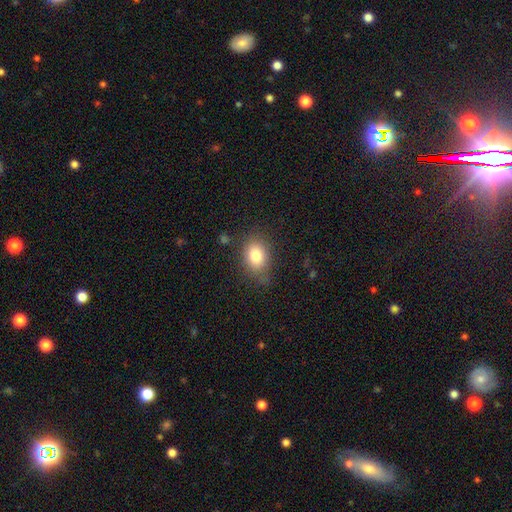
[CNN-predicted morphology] A smooth galaxy with no disk features (81%) that is in between round and cigar-shaped (70%).

Vote fractions:
- Smooth or featured? smooth: 81% / featured or disk: 9% / star or artifact: 9%
- How rounded? in between: 70% / round: 29% / cigar-shaped: 1%
- Merging? none: 71% / minor disturbance: 21% / major disturbance: 6% / merger: 2%